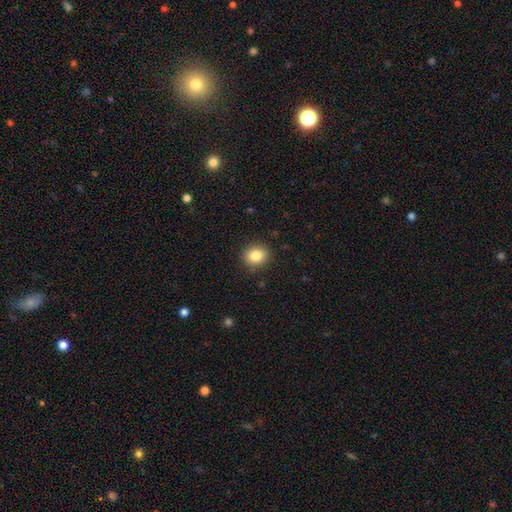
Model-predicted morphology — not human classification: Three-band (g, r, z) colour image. It shows a smooth galaxy with no disk features (84%) that is round (70%). Merging: none (89%).